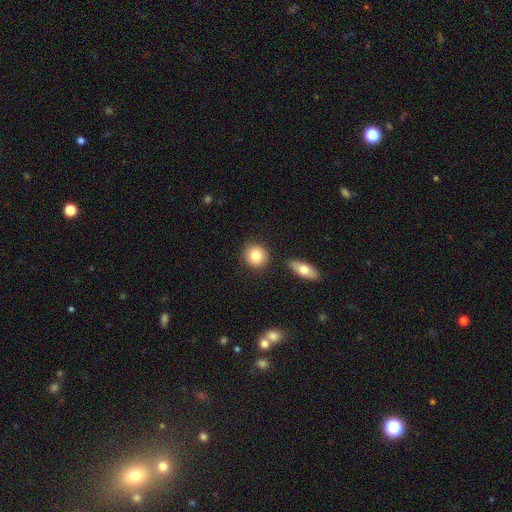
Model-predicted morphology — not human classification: type=smooth (83%); roundness=round (83%); merging=none (82%).